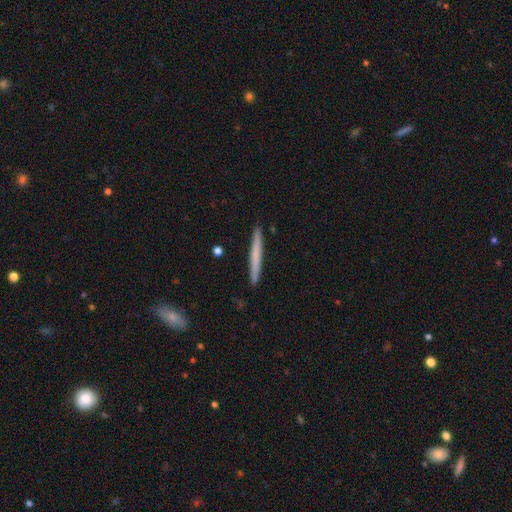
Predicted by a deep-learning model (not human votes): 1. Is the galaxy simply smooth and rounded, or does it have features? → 60% smooth, 34% featured or disk, 5% star or artifact.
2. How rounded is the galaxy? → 97% cigar-shaped, 2% in between, 1% round.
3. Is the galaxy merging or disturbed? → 92% none, 6% minor disturbance, 1% merger, 1% major disturbance.